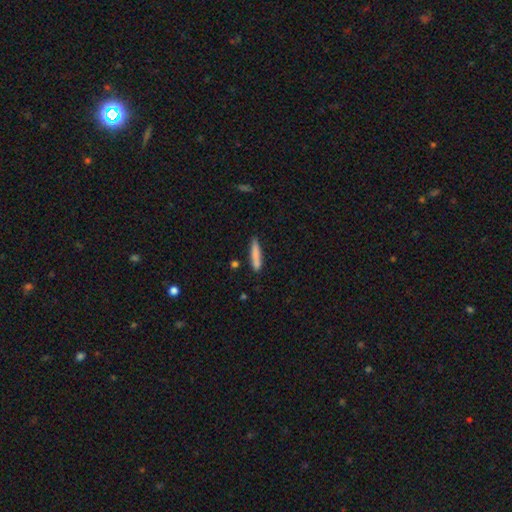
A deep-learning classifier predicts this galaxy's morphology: This is clearly a smooth galaxy (82%). How rounded: clearly cigar-shaped (90%). Merging: clearly none (82%).